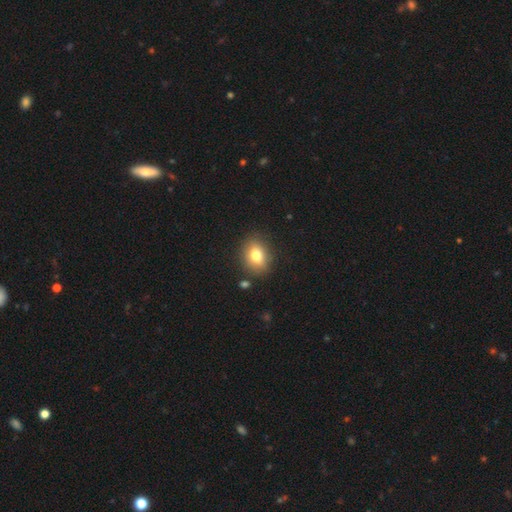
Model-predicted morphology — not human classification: smooth_or_featured: smooth (p=0.77) [alt: featured or disk p=0.13]
how_rounded: in between (p=0.57) [alt: round p=0.42]
merging: none (p=0.83) [alt: minor disturbance p=0.11]